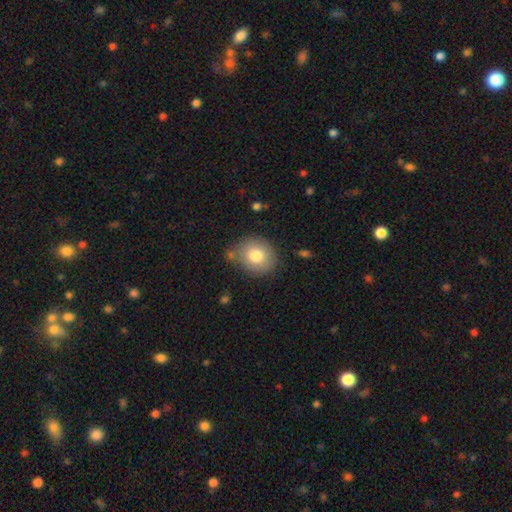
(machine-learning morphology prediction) smooth-or-featured: smooth: 80% | featured or disk: 12% | star or artifact: 8%
  how-rounded: round: 68% | in between: 31% | cigar-shaped: 1%
  merging: none: 74% | minor disturbance: 16% | merger: 5% | major disturbance: 4%